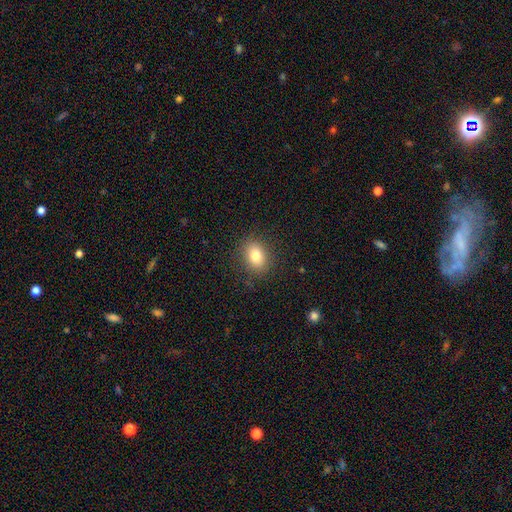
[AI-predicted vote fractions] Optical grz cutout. It shows a smooth galaxy with no disk features (81%) that is in between round and cigar-shaped (63%). Merging: none (87%).